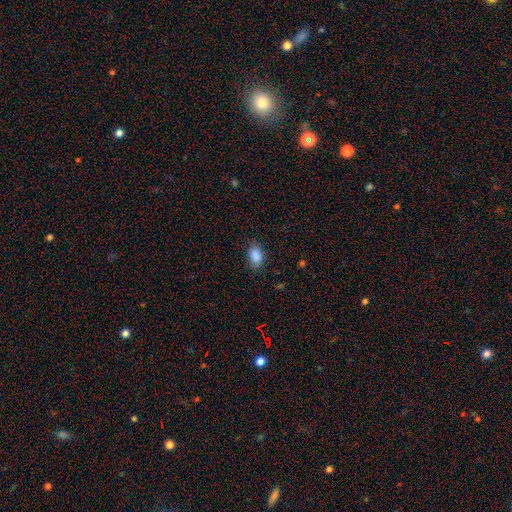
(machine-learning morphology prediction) Smooth or featured? Predicted: smooth (p=0.88). How rounded? Predicted: in between (p=0.88). Merging? Predicted: none (p=0.80).